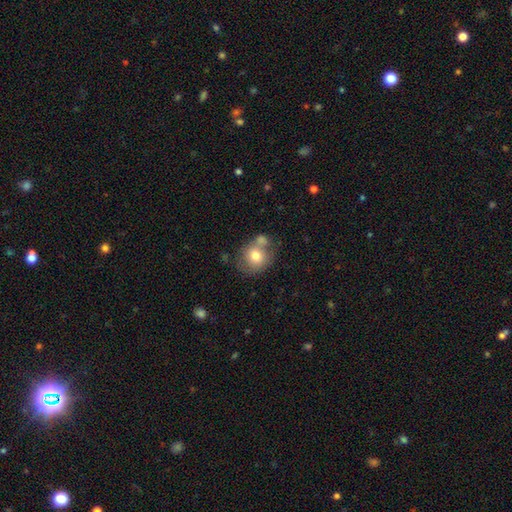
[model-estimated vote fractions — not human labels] Smooth or featured: smooth — 73% (featured or disk — 19%)
How rounded: round — 71% (in between — 28%)
Merging: none — 48% (merger — 30%)